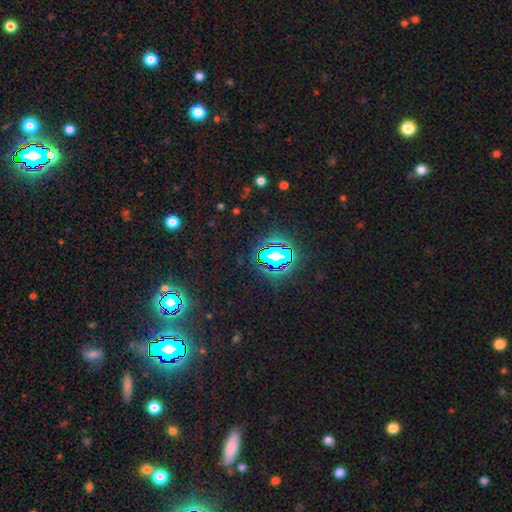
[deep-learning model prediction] Overall: star or artifact (81%).